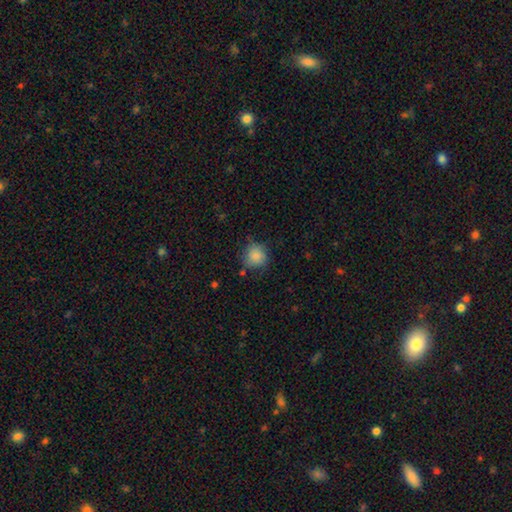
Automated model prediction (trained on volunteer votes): A smooth galaxy with no disk features (85%) that is round (88%).

Vote fractions:
- Smooth or featured? smooth: 85% / star or artifact: 9% / featured or disk: 5%
- How rounded? round: 88% / in between: 11% / cigar-shaped: 1%
- Merging? none: 75% / minor disturbance: 18% / major disturbance: 4% / merger: 3%